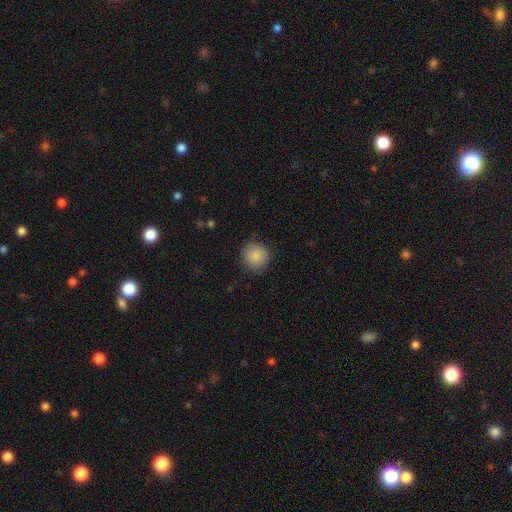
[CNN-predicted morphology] A smooth galaxy with no disk features (86%) that is round (92%). Merging: none (87%).